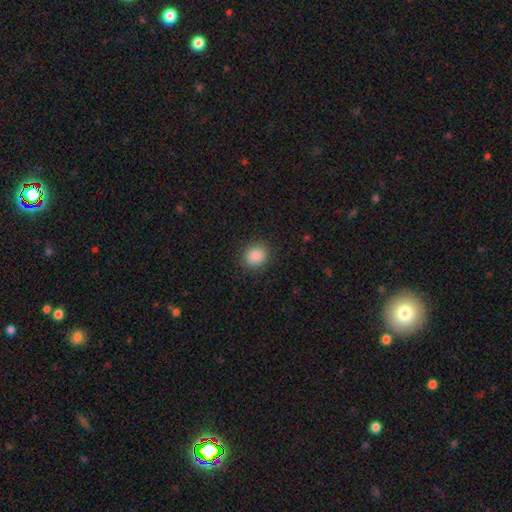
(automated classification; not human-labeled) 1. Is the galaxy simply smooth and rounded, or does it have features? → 88% smooth, 9% star or artifact, 3% featured or disk.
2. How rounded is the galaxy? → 77% round, 22% in between, 1% cigar-shaped.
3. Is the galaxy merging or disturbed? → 90% none, 7% minor disturbance, 2% major disturbance, 1% merger.